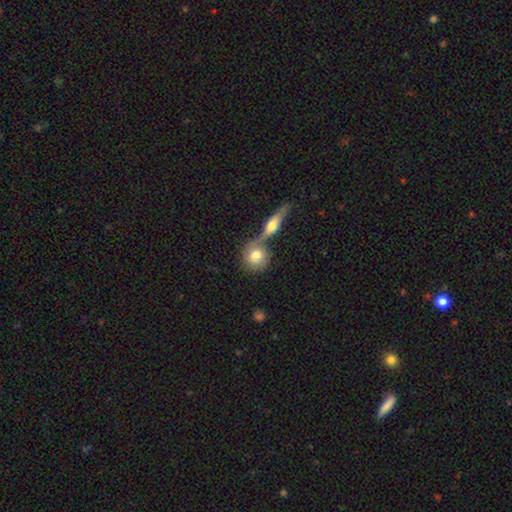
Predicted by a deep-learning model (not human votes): A smooth galaxy with no disk features (72%) that is round (80%). Merging: none (46%).